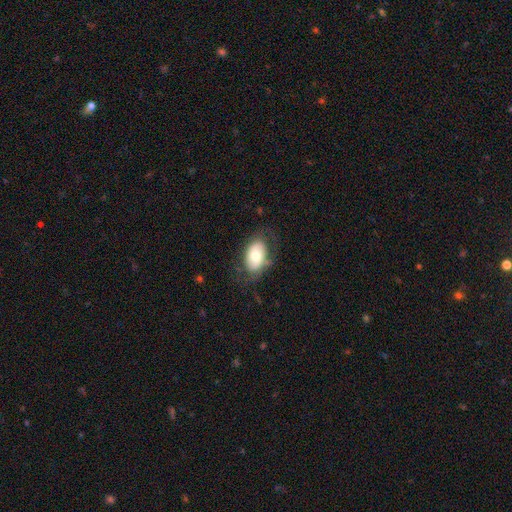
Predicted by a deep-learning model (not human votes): Smooth or featured? Predicted: smooth (p=0.65). How rounded? Predicted: in between (p=0.90). Merging? Predicted: none (p=0.68).